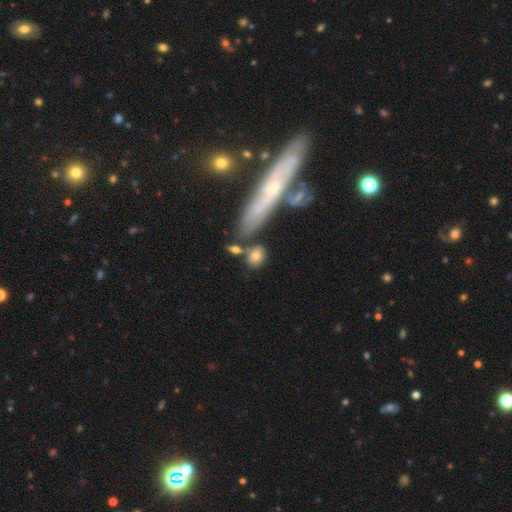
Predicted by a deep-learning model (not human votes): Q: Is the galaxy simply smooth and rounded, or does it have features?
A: smooth — 76%.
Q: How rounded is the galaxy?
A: in between — 52%.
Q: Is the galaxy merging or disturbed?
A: none — 63%.